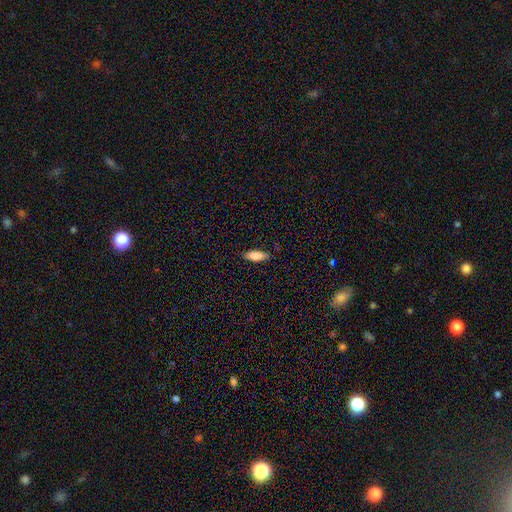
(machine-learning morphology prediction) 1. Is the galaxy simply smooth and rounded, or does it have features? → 85% smooth, 8% featured or disk, 6% star or artifact.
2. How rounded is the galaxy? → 72% in between, 26% cigar-shaped, 2% round.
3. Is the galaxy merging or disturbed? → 85% none, 12% minor disturbance, 2% major disturbance, 1% merger.